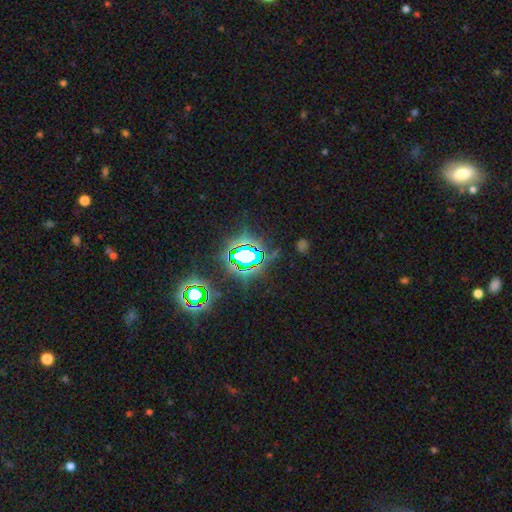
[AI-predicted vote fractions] smooth_or_featured: star or artifact (p=0.80) [alt: smooth p=0.12]